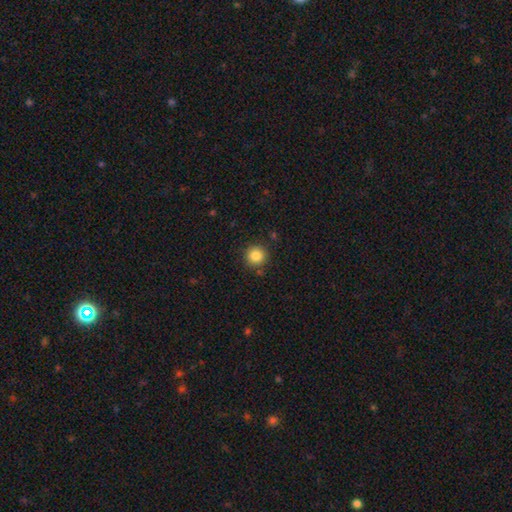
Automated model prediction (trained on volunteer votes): Smooth or featured?
  - smooth: 85% *
  - star or artifact: 10%
  - featured or disk: 5%
How rounded?
  - round: 94% *
  - in between: 5%
  - cigar-shaped: 1%
Merging?
  - none: 88% *
  - minor disturbance: 7%
  - merger: 3%
  - major disturbance: 2%